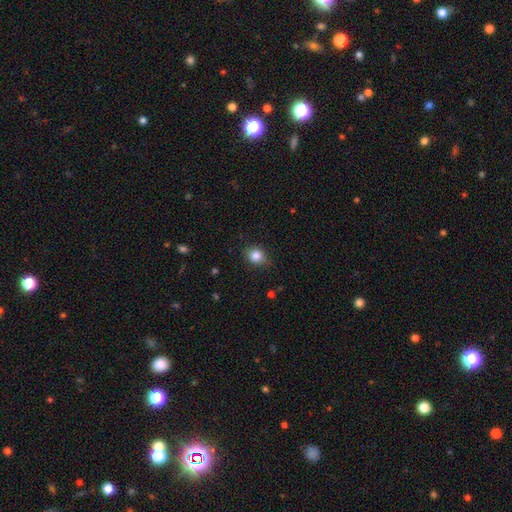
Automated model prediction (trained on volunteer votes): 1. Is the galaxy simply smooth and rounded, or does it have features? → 83% smooth, 11% star or artifact, 6% featured or disk.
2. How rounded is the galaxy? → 69% round, 30% in between, 1% cigar-shaped.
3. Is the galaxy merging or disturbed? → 76% none, 19% minor disturbance, 4% major disturbance, 1% merger.